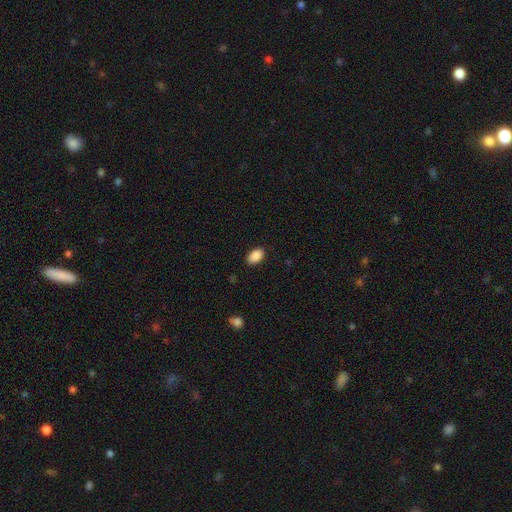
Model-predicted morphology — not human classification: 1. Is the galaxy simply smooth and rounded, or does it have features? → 89% smooth, 7% star or artifact, 3% featured or disk.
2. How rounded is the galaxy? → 91% in between, 8% round, 1% cigar-shaped.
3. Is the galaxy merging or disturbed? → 87% none, 10% minor disturbance, 2% major disturbance, 1% merger.